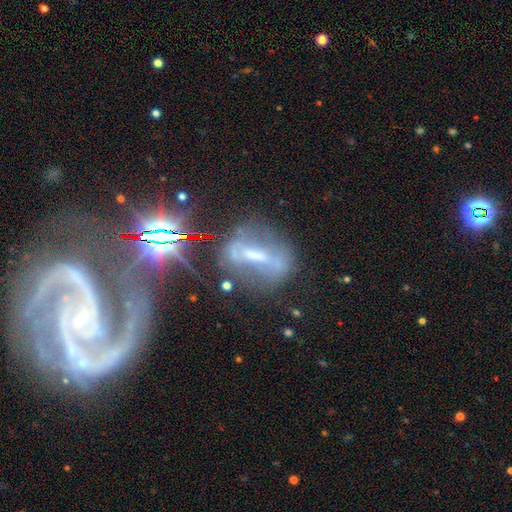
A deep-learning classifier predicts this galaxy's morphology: Q: Smooth or featured?
A: featured or disk (64%); runner-up: star or artifact (19%)
Q: Edge-on disk?
A: no (82%); runner-up: yes (18%)
Q: Bar?
A: strong (65%); runner-up: weak (23%)
Q: Spiral arms?
A: yes (61%); runner-up: no (39%)
Q: Bulge size?
A: small (48%); runner-up: moderate (29%)
Q: Merging?
A: none (53%); runner-up: major disturbance (20%)